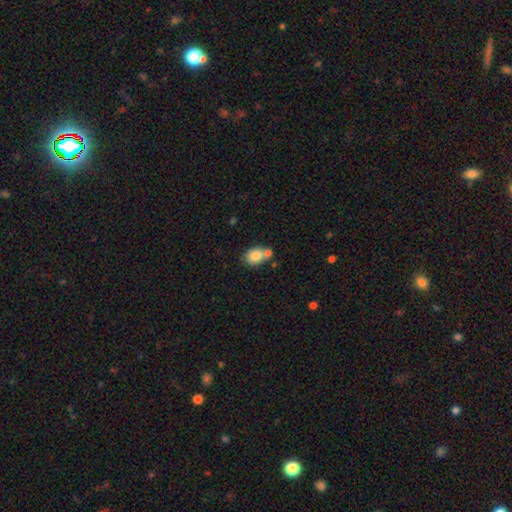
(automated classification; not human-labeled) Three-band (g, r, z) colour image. It shows a smooth galaxy with no disk features (82%) that is in between round and cigar-shaped (66%). Merging: none (53%).